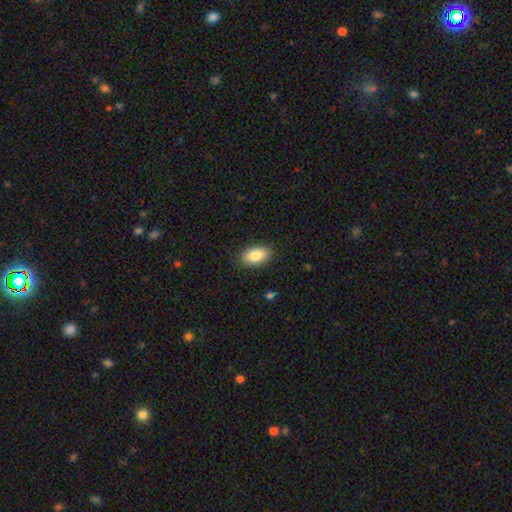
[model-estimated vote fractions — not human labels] Smooth or featured: smooth — 86% (star or artifact — 7%)
How rounded: in between — 93% (round — 6%)
Merging: none — 88% (minor disturbance — 9%)